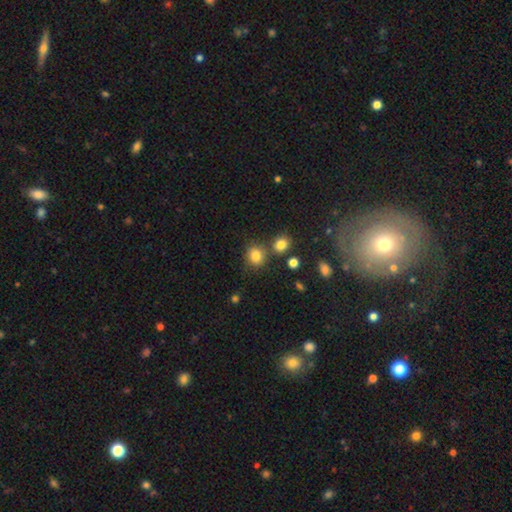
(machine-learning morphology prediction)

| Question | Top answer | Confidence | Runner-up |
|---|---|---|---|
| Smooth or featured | smooth | 81% | star or artifact (13%) |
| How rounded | round | 82% | in between (17%) |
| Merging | none | 73% | merger (14%) |